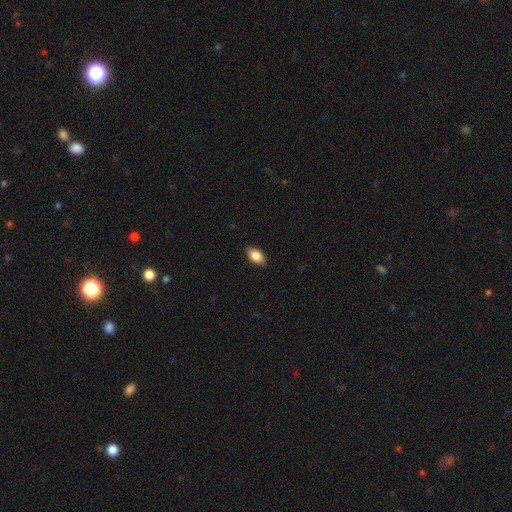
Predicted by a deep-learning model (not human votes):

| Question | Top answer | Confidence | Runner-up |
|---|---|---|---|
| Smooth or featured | smooth | 87% | star or artifact (7%) |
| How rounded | in between | 91% | round (7%) |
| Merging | none | 87% | minor disturbance (10%) |